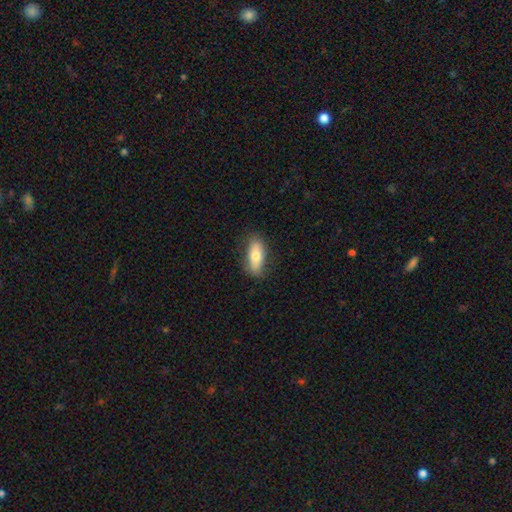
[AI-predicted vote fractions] Morphology: type=smooth (72%); roundness=in between (74%); merging=none (82%).